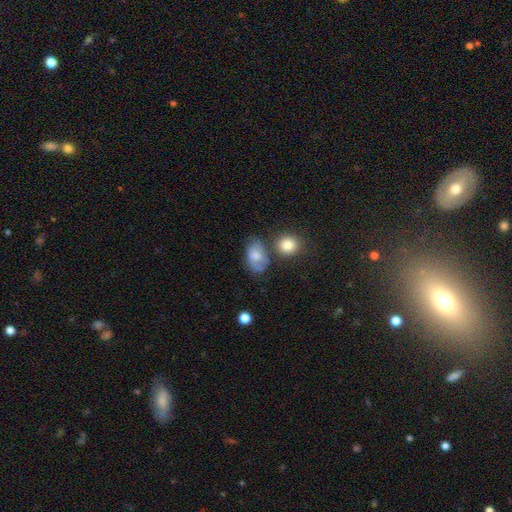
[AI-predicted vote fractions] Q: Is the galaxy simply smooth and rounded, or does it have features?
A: smooth — 63%.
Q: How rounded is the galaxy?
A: in between — 80%.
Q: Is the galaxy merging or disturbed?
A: none — 46%.